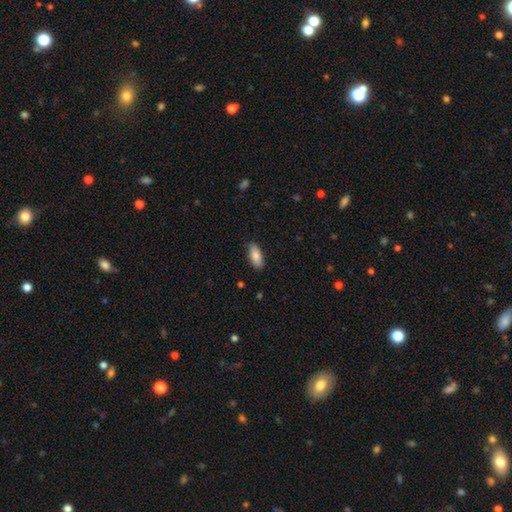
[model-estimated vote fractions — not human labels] Smooth or featured? smooth (85%)
How rounded? in between (81%)
Merging? none (85%)